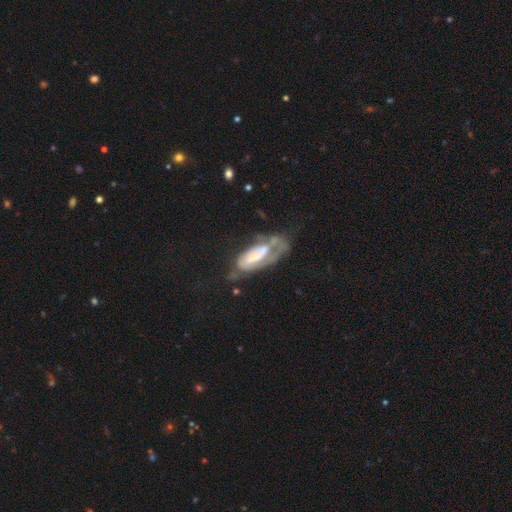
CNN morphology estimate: Overall: featured or disk (66%; smooth 27%). Edge-on disk: no (90%). Bar: no (51%; weak 32%). Spiral arms: yes (65%; no 35%). Bulge size: moderate (43%; small 41%). Merging: major disturbance (41%; none 25%).